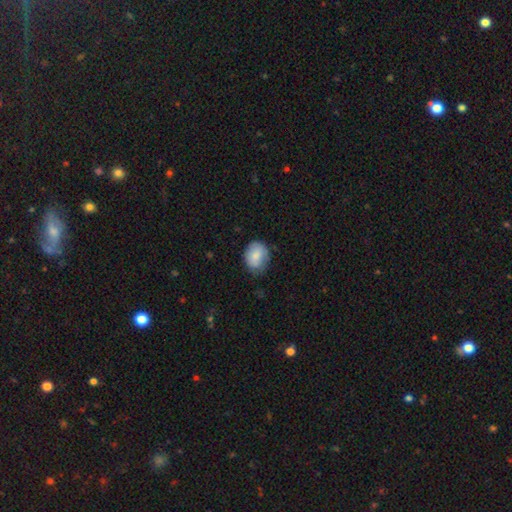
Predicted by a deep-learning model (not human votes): A smooth galaxy with no disk features (81%) that is in between round and cigar-shaped (51%). Merging: none (65%).